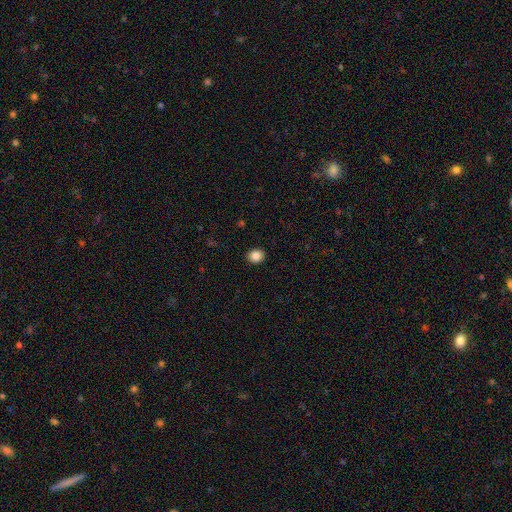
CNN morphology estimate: type=smooth (86%); roundness=round (66%); merging=none (91%).